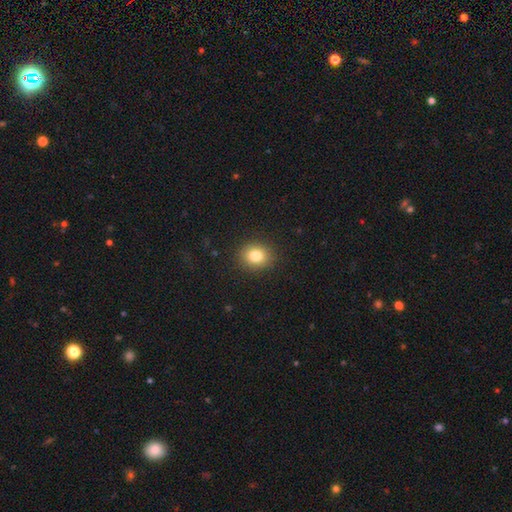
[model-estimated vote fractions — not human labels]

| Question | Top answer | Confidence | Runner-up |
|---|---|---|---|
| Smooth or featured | smooth | 81% | star or artifact (11%) |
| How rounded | round | 73% | in between (26%) |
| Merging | none | 90% | minor disturbance (6%) |